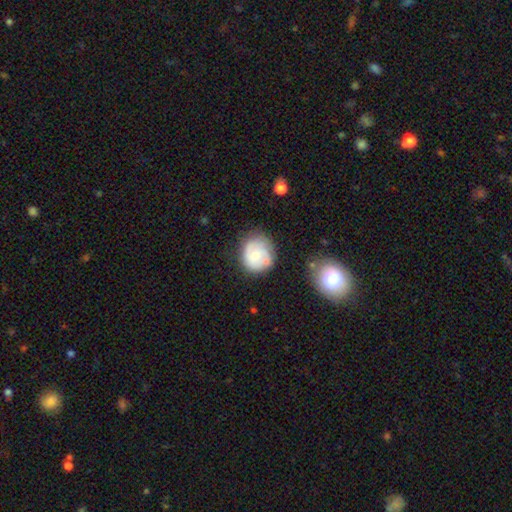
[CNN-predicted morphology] type=smooth (51%); roundness=round (79%); merging=none (61%).